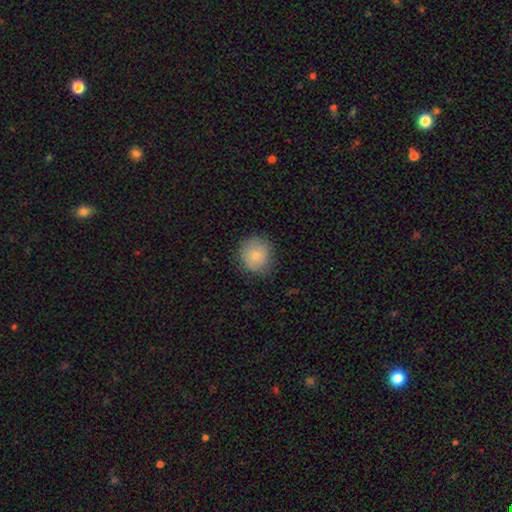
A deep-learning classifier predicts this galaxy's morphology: Smooth or featured? smooth (79%)
How rounded? round (88%)
Merging? none (78%)